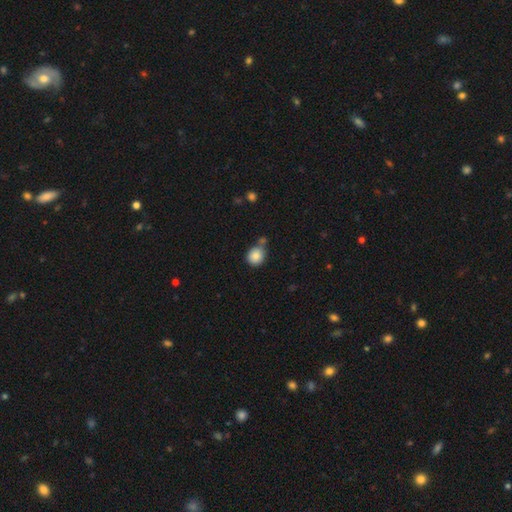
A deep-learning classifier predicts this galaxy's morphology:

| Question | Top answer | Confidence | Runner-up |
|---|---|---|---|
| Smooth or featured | smooth | 86% | star or artifact (9%) |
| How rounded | round | 83% | in between (16%) |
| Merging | none | 61% | merger (19%) |